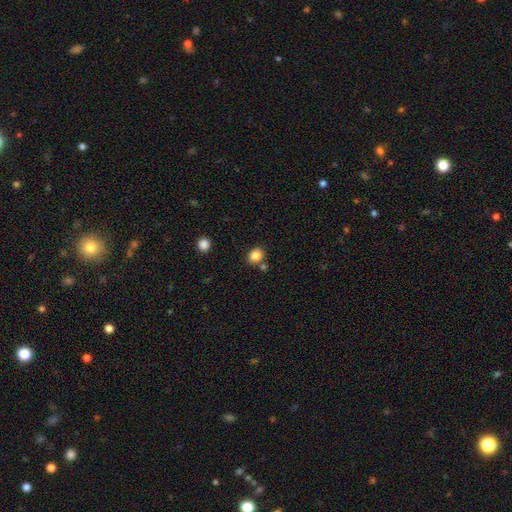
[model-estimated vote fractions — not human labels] Smooth or featured? Predicted: smooth (p=0.85). How rounded? Predicted: round (p=0.58). Merging? Predicted: none (p=0.76).